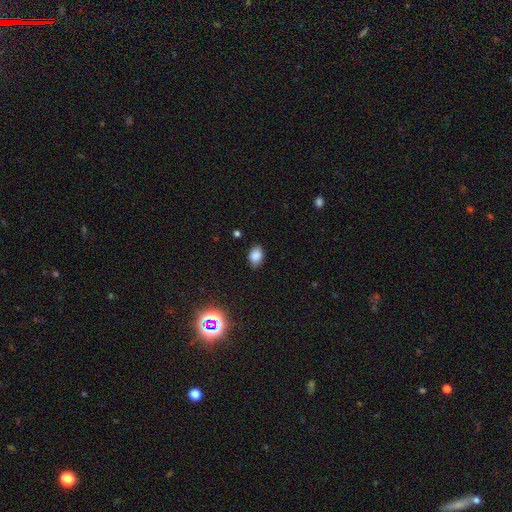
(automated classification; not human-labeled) Overall: smooth (84%). How rounded: in between (80%). Merging: none (84%).